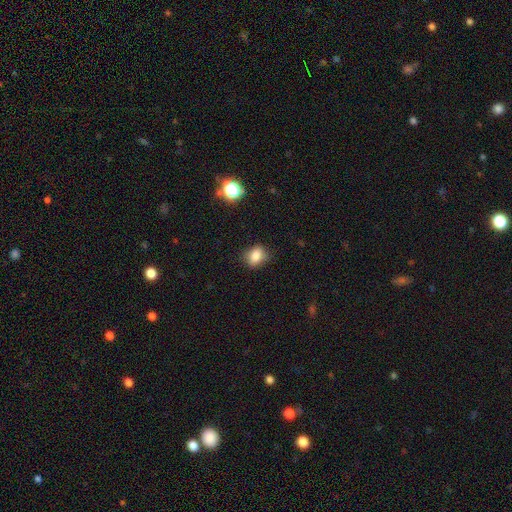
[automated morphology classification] Overall: smooth (83%). How rounded: in between (59%; round 40%). Merging: none (78%).